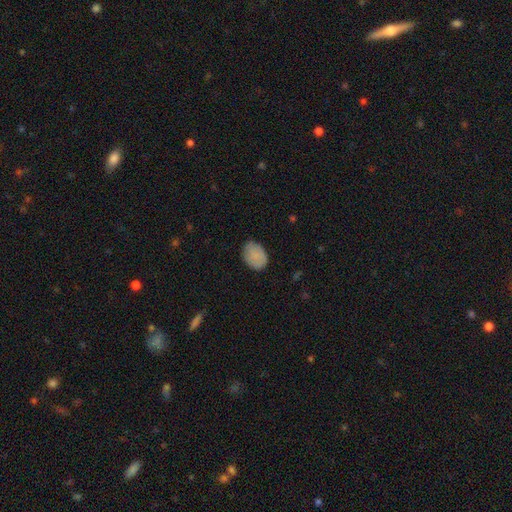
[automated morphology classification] Smooth or featured? smooth (85%)
How rounded? in between (76%)
Merging? none (78%)